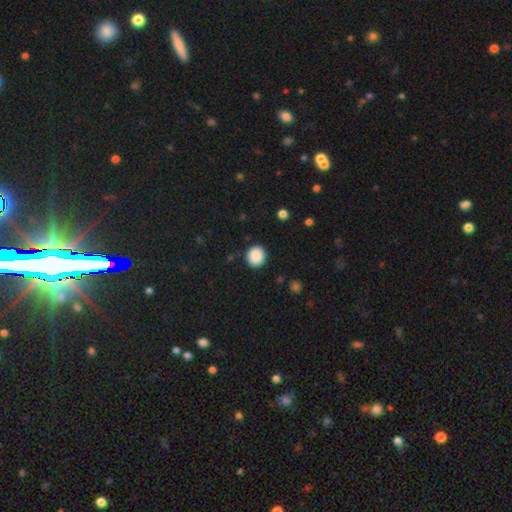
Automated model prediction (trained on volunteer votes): smooth-or-featured: smooth: 89% | star or artifact: 8% | featured or disk: 3%
  how-rounded: round: 82% | in between: 17% | cigar-shaped: 1%
  merging: none: 90% | minor disturbance: 7% | major disturbance: 2% | merger: 1%